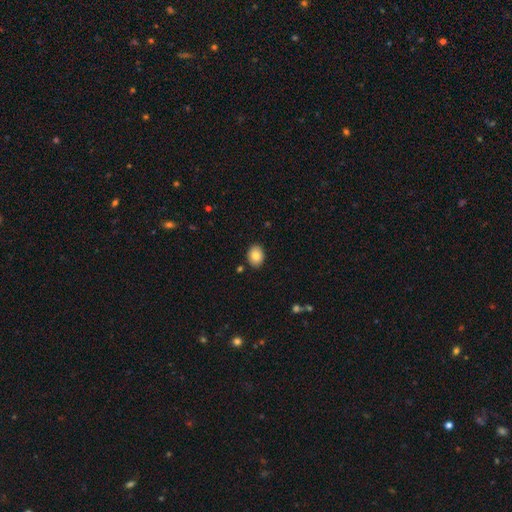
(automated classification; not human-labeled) A smooth galaxy with no disk features (83%) that is in between round and cigar-shaped (67%).

Vote fractions:
- Smooth or featured? smooth: 83% / featured or disk: 9% / star or artifact: 8%
- How rounded? in between: 67% / round: 32% / cigar-shaped: 1%
- Merging? none: 88% / minor disturbance: 8% / merger: 2% / major disturbance: 2%